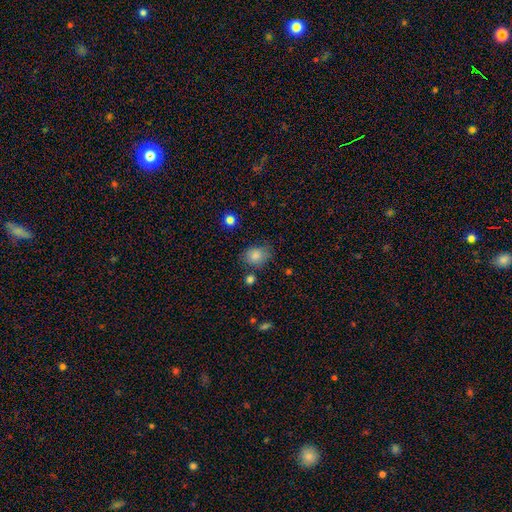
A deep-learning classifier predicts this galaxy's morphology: Overall: smooth (83%). How rounded: round (50%; in between 49%). Merging: none (68%).